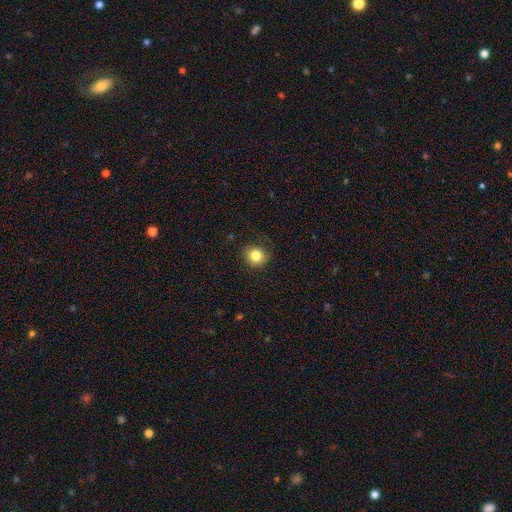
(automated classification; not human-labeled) smooth 81%, star or artifact 11%, featured or disk 8%. Down the decision tree: how rounded — round (88%); merging — none (83%).